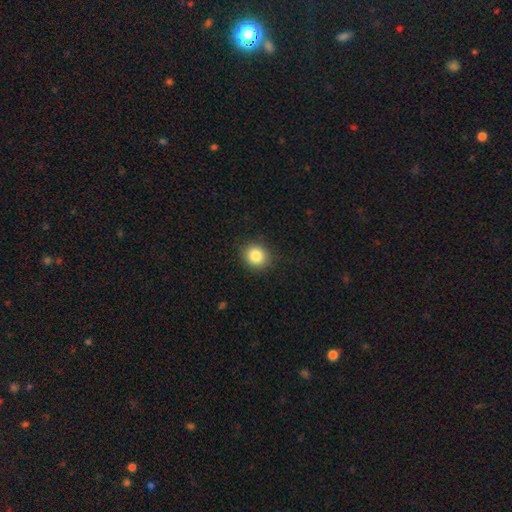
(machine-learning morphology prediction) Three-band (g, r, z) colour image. It shows a smooth galaxy with no disk features (85%) that is round (84%). Merging: none (89%).